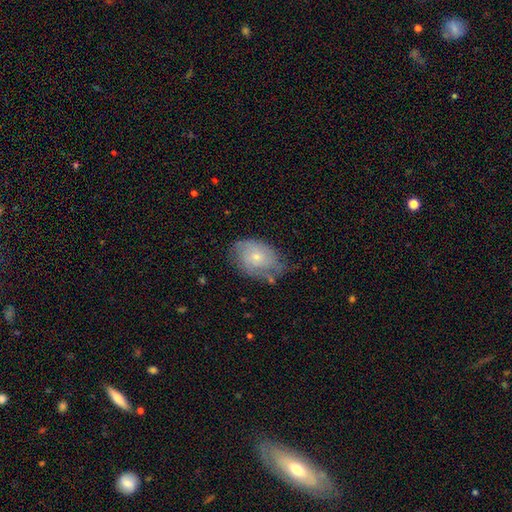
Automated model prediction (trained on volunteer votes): Morphology: type=smooth (47%); merging=none (54%).